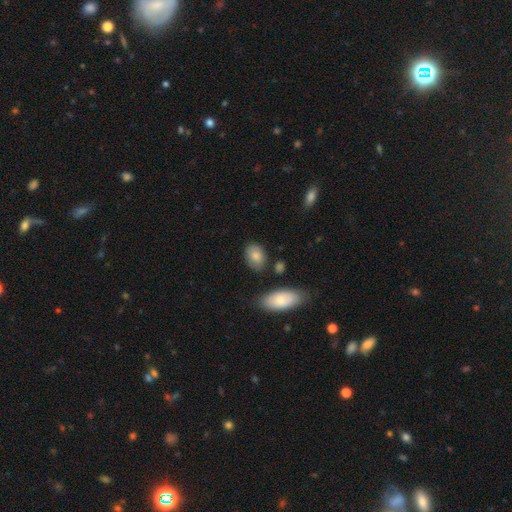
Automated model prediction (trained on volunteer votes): Smooth or featured? Predicted: smooth (p=0.83). How rounded? Predicted: in between (p=0.83). Merging? Predicted: none (p=0.78).